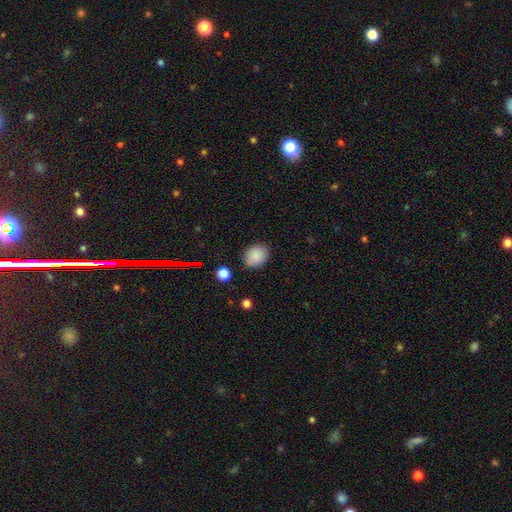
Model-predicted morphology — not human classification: Q: Smooth or featured?
A: smooth (87%); runner-up: star or artifact (9%)
Q: How rounded?
A: in between (62%); runner-up: round (37%)
Q: Merging?
A: none (84%); runner-up: minor disturbance (12%)